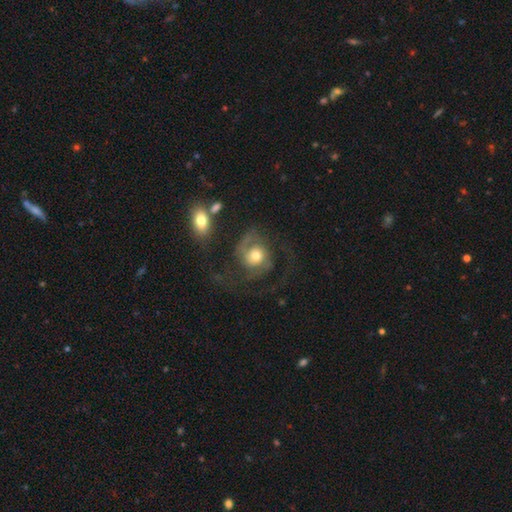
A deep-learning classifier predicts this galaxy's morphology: This appears to be a featured or disk galaxy (76%) with no bar (76%), 2 (54%) medium (46%) spiral arms (93%) and a moderate central bulge (60%). Merging: none (52%).